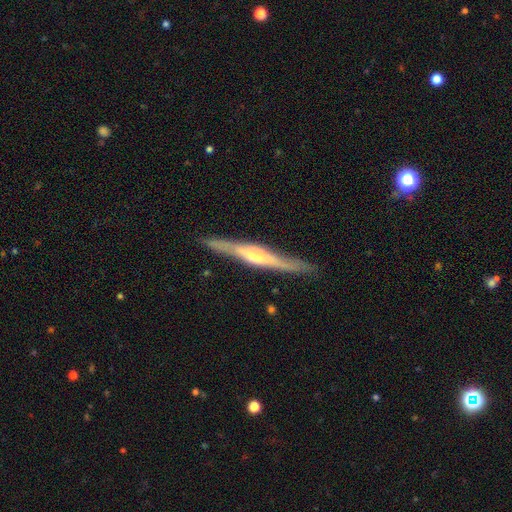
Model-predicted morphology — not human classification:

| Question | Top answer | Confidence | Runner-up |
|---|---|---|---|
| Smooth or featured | featured or disk | 71% | smooth (24%) |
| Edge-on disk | yes | 93% | no (7%) |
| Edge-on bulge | rounded | 47% | boxy (36%) |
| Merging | none | 84% | minor disturbance (12%) |